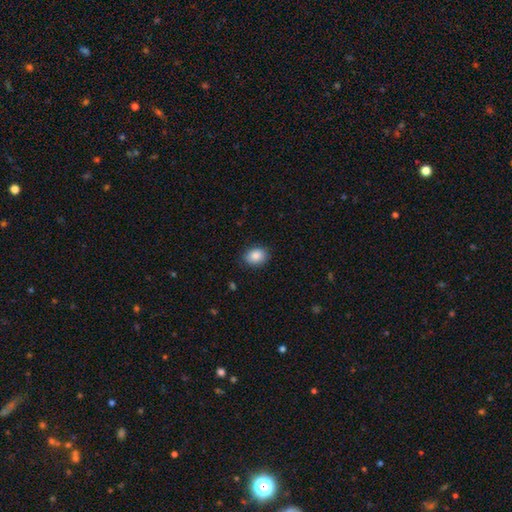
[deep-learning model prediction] smooth 87%, star or artifact 8%, featured or disk 5%. Down the decision tree: how rounded — in between (64%); merging — none (85%).